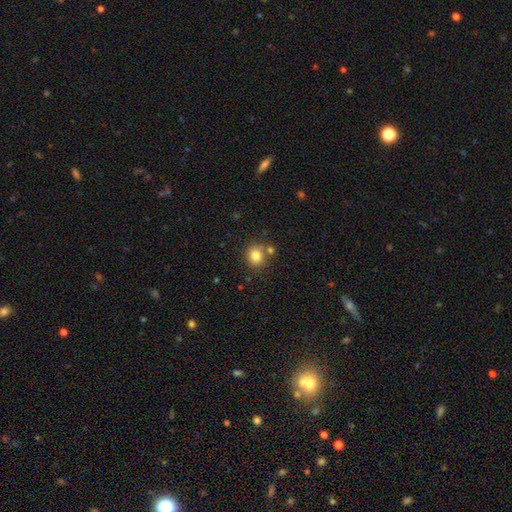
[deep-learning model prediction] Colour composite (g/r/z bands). It shows a smooth galaxy with no disk features (82%) that is round (80%). Merging: none (71%).